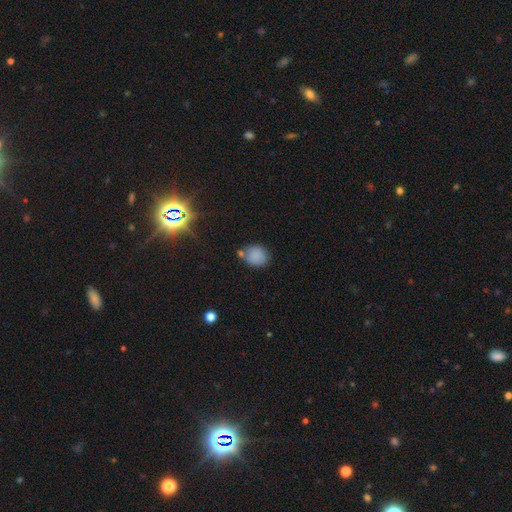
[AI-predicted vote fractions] smooth-or-featured: smooth: 81% | star or artifact: 12% | featured or disk: 7%
  how-rounded: round: 66% | in between: 32% | cigar-shaped: 1%
  merging: none: 62% | minor disturbance: 19% | merger: 13% | major disturbance: 5%